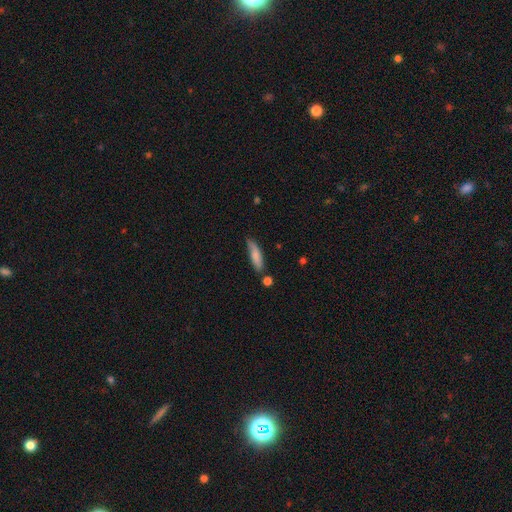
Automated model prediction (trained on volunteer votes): A smooth galaxy with no disk features (76%) that is cigar-shaped (65%).

Vote fractions:
- Smooth or featured? smooth: 76% / featured or disk: 18% / star or artifact: 6%
- How rounded? cigar-shaped: 65% / in between: 33% / round: 2%
- Merging? none: 65% / minor disturbance: 25% / merger: 6% / major disturbance: 5%